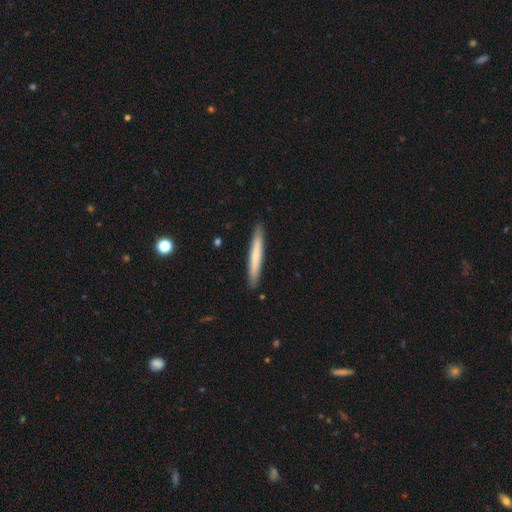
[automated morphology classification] smooth_or_featured: smooth (p=0.69) [alt: featured or disk p=0.26]
how_rounded: cigar-shaped (p=0.96) [alt: in between p=0.02]
merging: none (p=0.91) [alt: minor disturbance p=0.07]